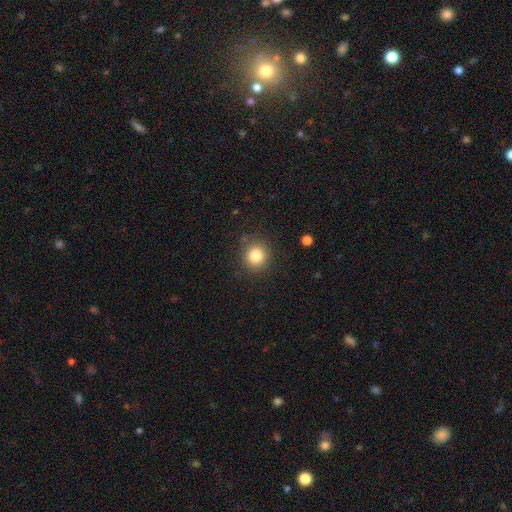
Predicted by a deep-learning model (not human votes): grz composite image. It shows a smooth galaxy with no disk features (82%) that is round (91%). Merging: none (87%).